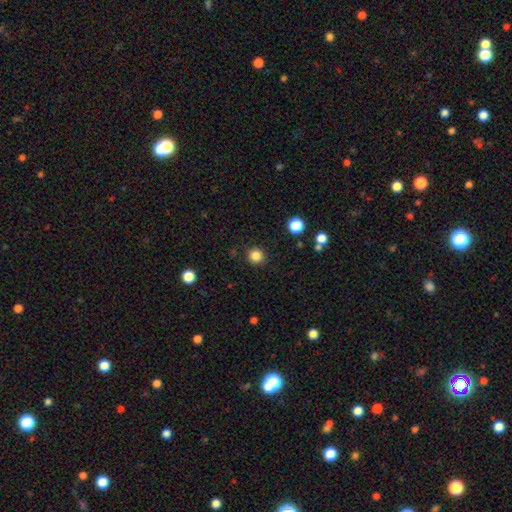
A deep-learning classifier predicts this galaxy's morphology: smooth_or_featured: smooth (p=0.84) [alt: star or artifact p=0.12]
how_rounded: round (p=0.94) [alt: in between p=0.05]
merging: none (p=0.91) [alt: minor disturbance p=0.06]